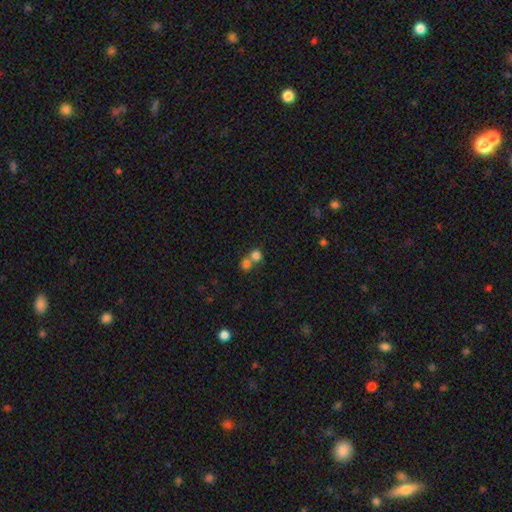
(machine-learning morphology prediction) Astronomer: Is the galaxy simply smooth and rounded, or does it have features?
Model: smooth — 78%.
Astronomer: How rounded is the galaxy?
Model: round — 85%.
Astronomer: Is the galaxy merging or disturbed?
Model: merger — 51% (runner-up: none, 41%).